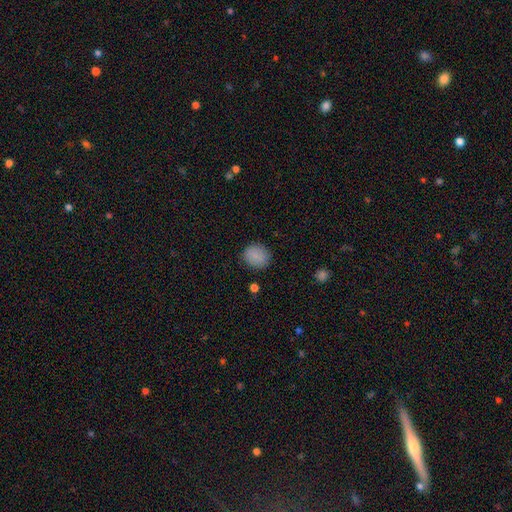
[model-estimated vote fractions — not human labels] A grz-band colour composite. It shows a smooth galaxy with no disk features (86%) that is round (71%). Merging: none (85%).